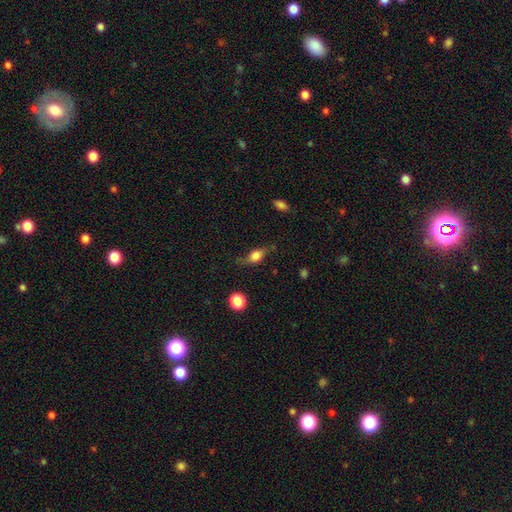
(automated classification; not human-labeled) The model was most divided on "merging": none: 60%, minor disturbance: 28%, major disturbance: 11%, merger: 2%. More confident: how rounded — in between (73%); smooth or featured — smooth (72%).